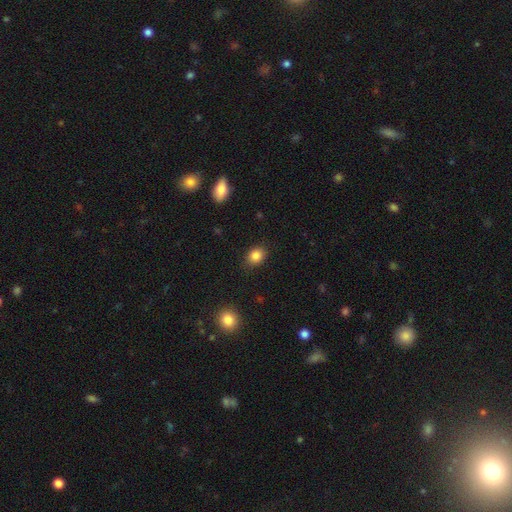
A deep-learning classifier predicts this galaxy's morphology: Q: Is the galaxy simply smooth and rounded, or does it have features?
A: smooth — 85%.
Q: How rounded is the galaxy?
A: in between — 52%.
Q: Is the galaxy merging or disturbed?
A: none — 84%.